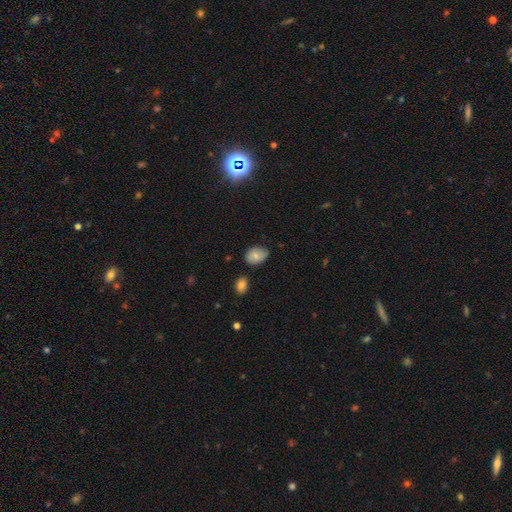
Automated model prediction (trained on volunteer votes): Morphology: type=smooth (71%); roundness=in between (72%); merging=none (64%).